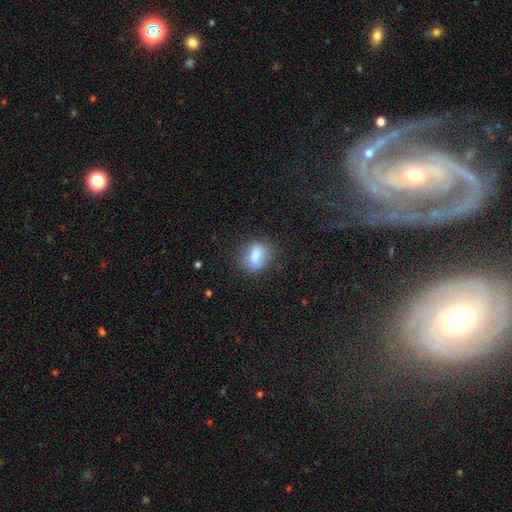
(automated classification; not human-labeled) A smooth galaxy with no disk features (79%) that is in between round and cigar-shaped (53%).

Vote fractions:
- Smooth or featured? smooth: 79% / featured or disk: 13% / star or artifact: 9%
- How rounded? in between: 53% / round: 45% / cigar-shaped: 2%
- Merging? none: 70% / minor disturbance: 21% / major disturbance: 7% / merger: 3%